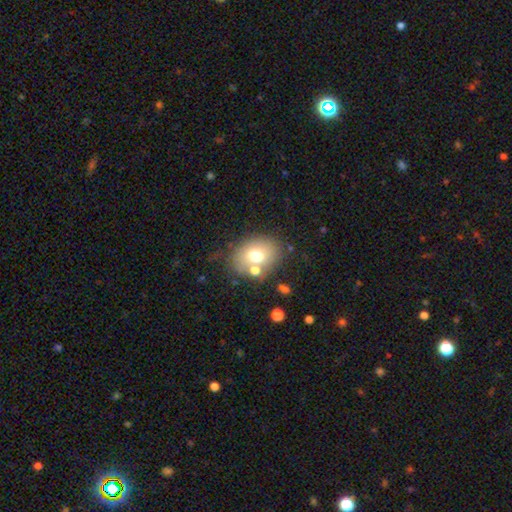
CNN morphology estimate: smooth 67%, featured or disk 21%, star or artifact 13%. Down the decision tree: how rounded — in between (58%); merging — none (66%).